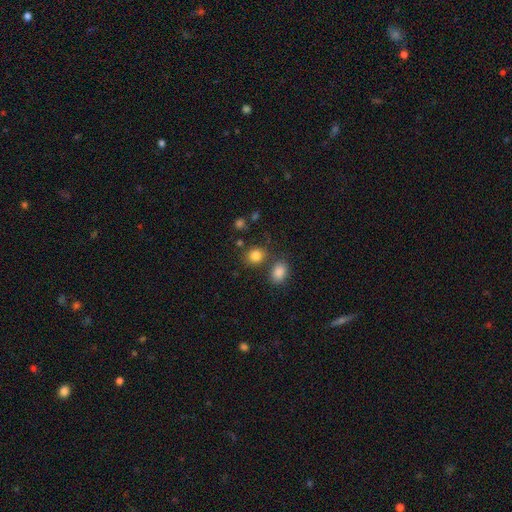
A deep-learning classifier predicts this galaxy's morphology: type=smooth (83%); roundness=round (71%); merging=none (72%).